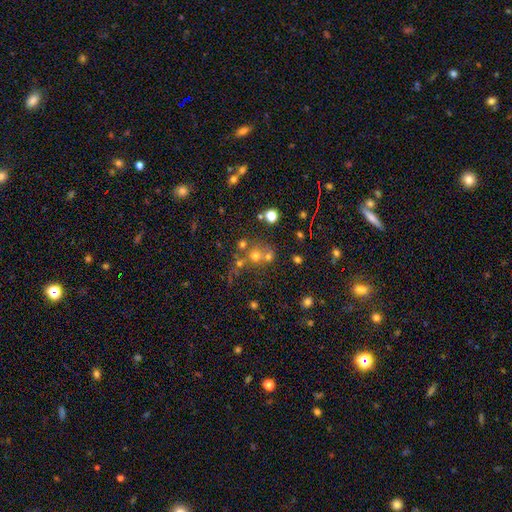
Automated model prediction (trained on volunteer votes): smooth 56%, star or artifact 26%, featured or disk 18%. Down the decision tree: how rounded — round (84%); merging — none (48%).